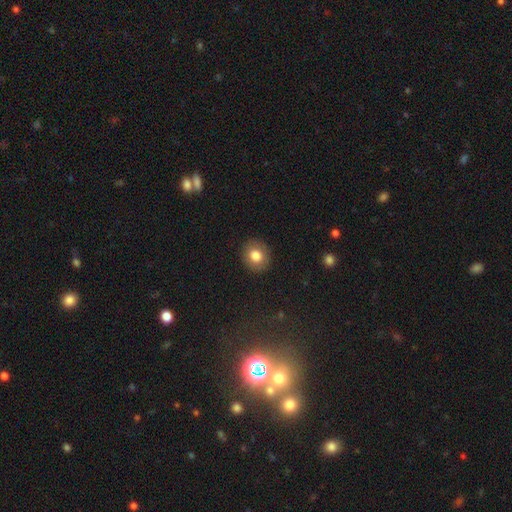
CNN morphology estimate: Overall: smooth (80%). How rounded: round (70%). Merging: none (89%).